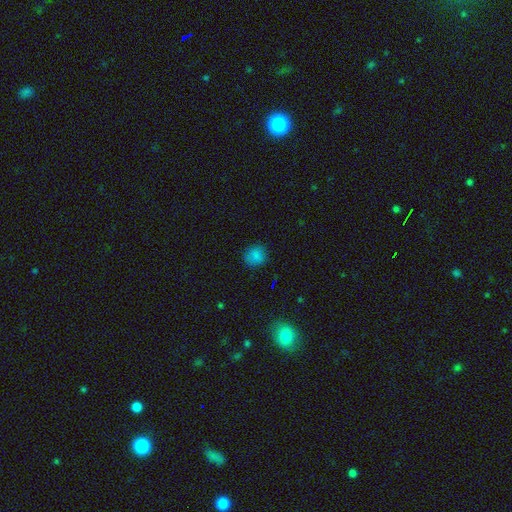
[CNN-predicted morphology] smooth 82%, star or artifact 14%, featured or disk 4%. Down the decision tree: how rounded — round (86%); merging — none (87%).